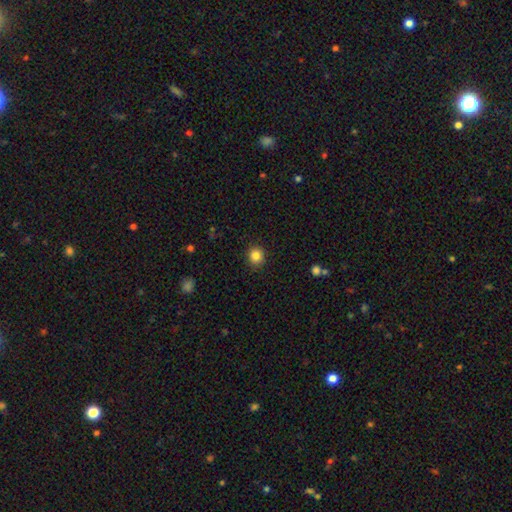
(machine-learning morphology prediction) Smooth or featured?
  - smooth: 85% *
  - star or artifact: 11%
  - featured or disk: 5%
How rounded?
  - round: 90% *
  - in between: 10%
  - cigar-shaped: 1%
Merging?
  - none: 91% *
  - minor disturbance: 6%
  - major disturbance: 2%
  - merger: 1%